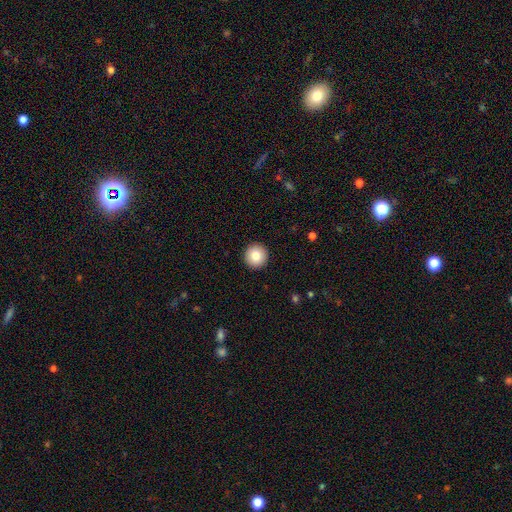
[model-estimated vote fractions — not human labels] A smooth galaxy with no disk features (83%) that is round (96%).

Vote fractions:
- Smooth or featured? smooth: 83% / star or artifact: 9% / featured or disk: 8%
- How rounded? round: 96% / in between: 3% / cigar-shaped: 1%
- Merging? none: 93% / minor disturbance: 4% / major disturbance: 1% / merger: 1%